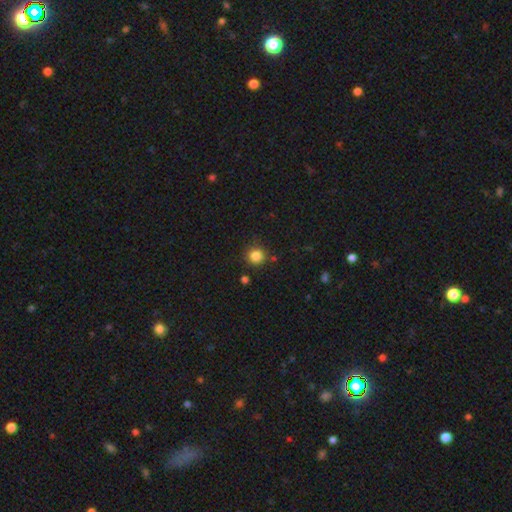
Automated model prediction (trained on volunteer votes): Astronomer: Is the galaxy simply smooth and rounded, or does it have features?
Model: smooth — 84%.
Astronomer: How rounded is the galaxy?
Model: round — 93%.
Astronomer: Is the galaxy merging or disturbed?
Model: none — 84%.